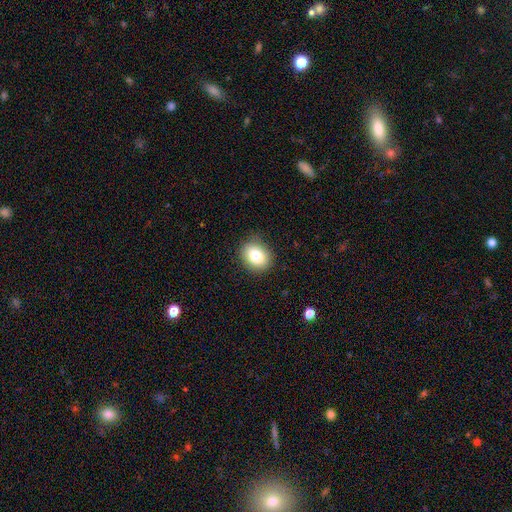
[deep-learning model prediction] A smooth galaxy with no disk features (81%) that is in between round and cigar-shaped (53%).

Vote fractions:
- Smooth or featured? smooth: 81% / star or artifact: 9% / featured or disk: 9%
- How rounded? in between: 53% / round: 46% / cigar-shaped: 1%
- Merging? none: 86% / minor disturbance: 11% / major disturbance: 3% / merger: 1%